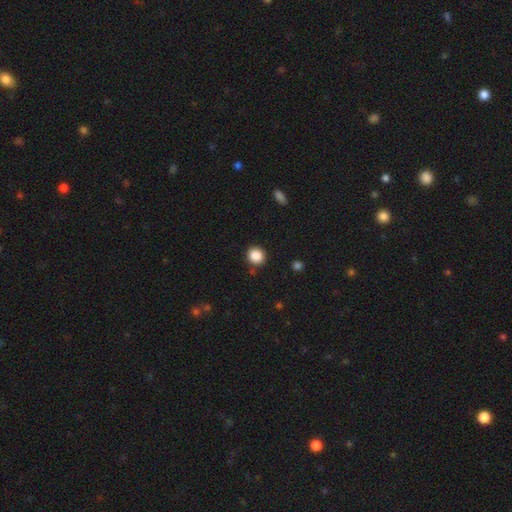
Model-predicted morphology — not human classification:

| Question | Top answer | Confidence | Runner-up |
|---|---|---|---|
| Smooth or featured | smooth | 87% | star or artifact (10%) |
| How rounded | round | 88% | in between (11%) |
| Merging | none | 87% | minor disturbance (8%) |